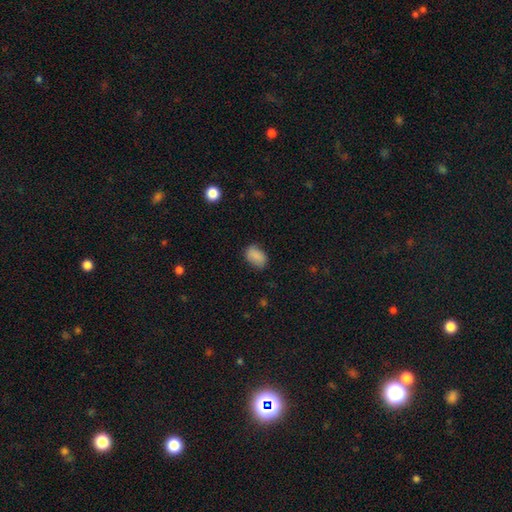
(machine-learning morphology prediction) A smooth galaxy with no disk features (87%) that is in between round and cigar-shaped (84%).

Vote fractions:
- Smooth or featured? smooth: 87% / star or artifact: 8% / featured or disk: 5%
- How rounded? in between: 84% / round: 15% / cigar-shaped: 1%
- Merging? none: 76% / minor disturbance: 19% / major disturbance: 4% / merger: 1%